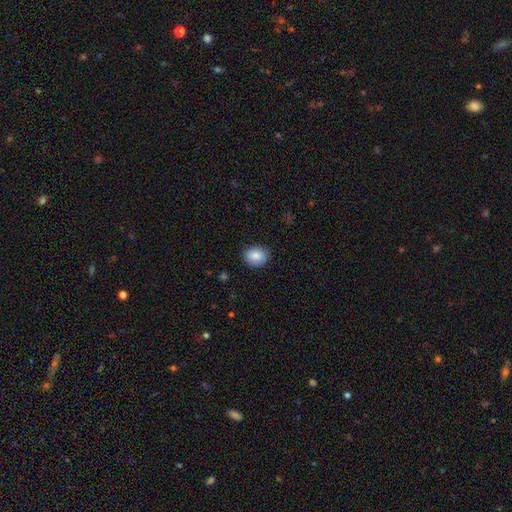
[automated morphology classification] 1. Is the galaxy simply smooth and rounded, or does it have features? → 86% smooth, 8% star or artifact, 6% featured or disk.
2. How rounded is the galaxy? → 54% round, 45% in between, 1% cigar-shaped.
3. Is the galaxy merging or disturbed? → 88% none, 9% minor disturbance, 2% major disturbance, 1% merger.